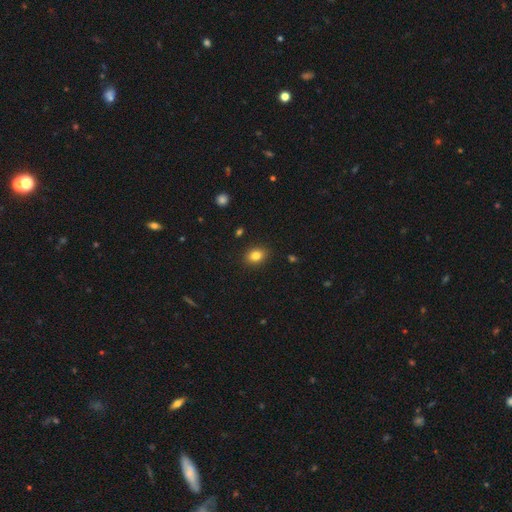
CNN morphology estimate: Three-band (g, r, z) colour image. It shows a smooth galaxy with no disk features (84%) that is in between round and cigar-shaped (66%). Merging: none (89%).